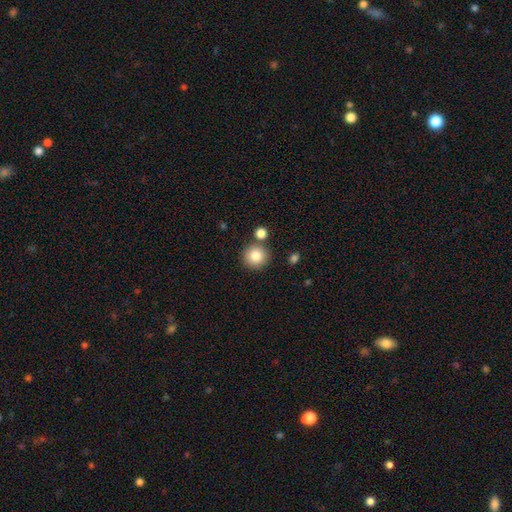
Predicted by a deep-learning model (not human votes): Morphology: type=smooth (84%); roundness=round (94%); merging=none (79%).